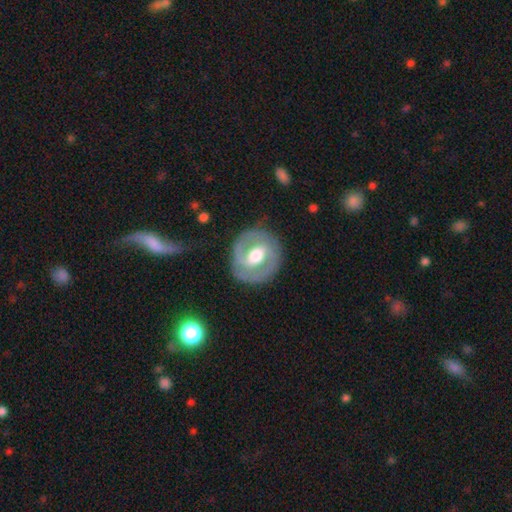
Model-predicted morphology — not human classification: Smooth or featured: featured or disk — 74% (smooth — 21%)
Edge-on disk: no — 97% (yes — 3%)
Bar: weak — 43% (strong — 30%)
Spiral arms: yes — 71% (no — 29%)
Spiral winding: tight — 43% (medium — 40%)
Spiral arm count: 2 — 82% (can't tell — 9%)
Bulge size: moderate — 66% (large — 23%)
Merging: none — 82% (minor disturbance — 11%)